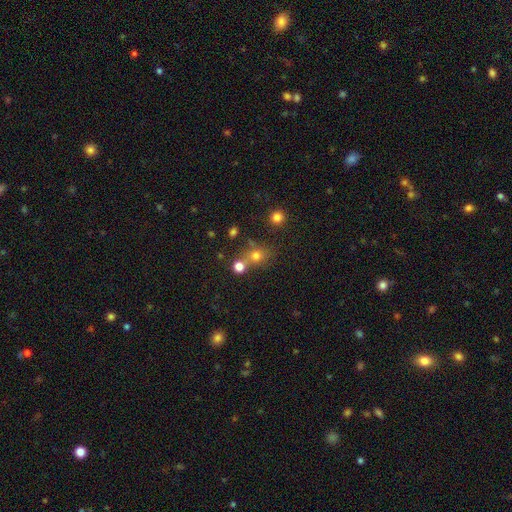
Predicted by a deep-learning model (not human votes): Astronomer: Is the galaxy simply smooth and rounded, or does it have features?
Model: smooth — 70%.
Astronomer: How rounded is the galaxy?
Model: round — 73%.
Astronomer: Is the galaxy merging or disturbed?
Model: none — 56%.